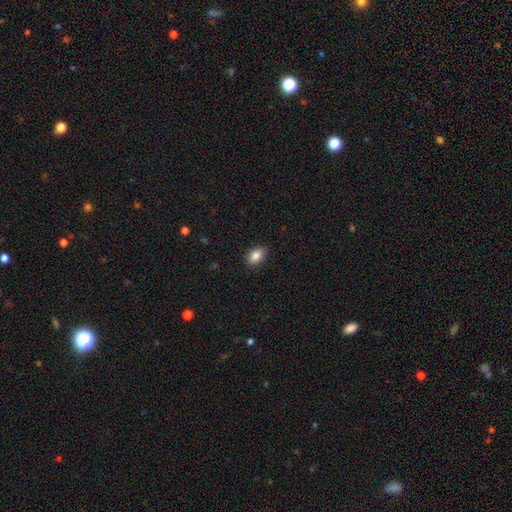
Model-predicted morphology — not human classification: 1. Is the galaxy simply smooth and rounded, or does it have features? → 86% smooth, 8% star or artifact, 6% featured or disk.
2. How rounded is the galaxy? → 83% in between, 15% round, 1% cigar-shaped.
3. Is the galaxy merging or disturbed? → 87% none, 10% minor disturbance, 2% major disturbance, 1% merger.